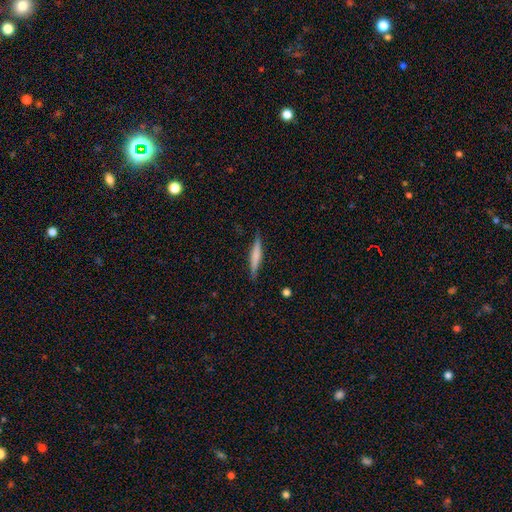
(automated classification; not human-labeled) Smooth or featured: smooth — 54% (featured or disk — 40%)
How rounded: cigar-shaped — 91% (in between — 8%)
Merging: none — 87% (minor disturbance — 10%)